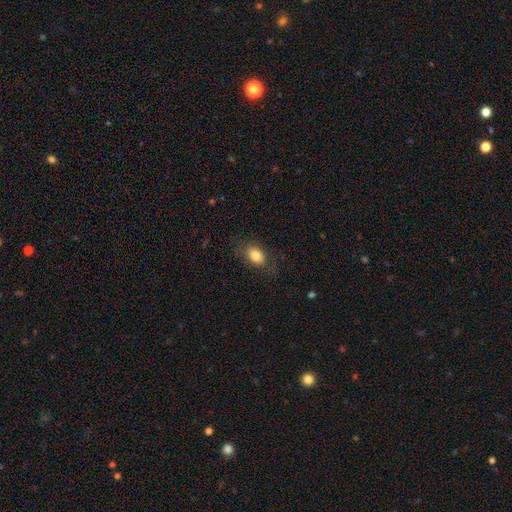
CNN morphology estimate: Overall: smooth (80%). How rounded: in between (86%). Merging: none (76%).